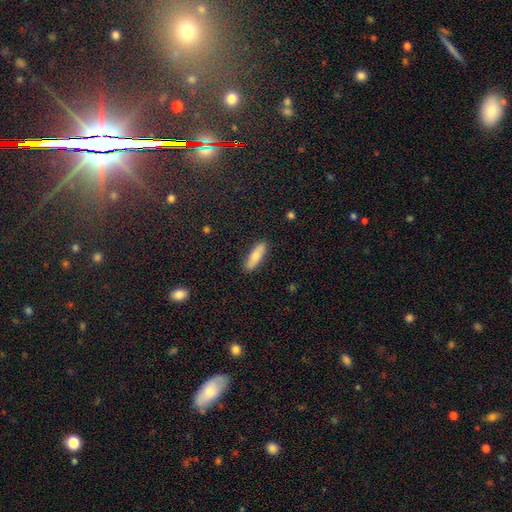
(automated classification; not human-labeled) A smooth galaxy with no disk features (73%) that is cigar-shaped (52%). Merging: none (88%).